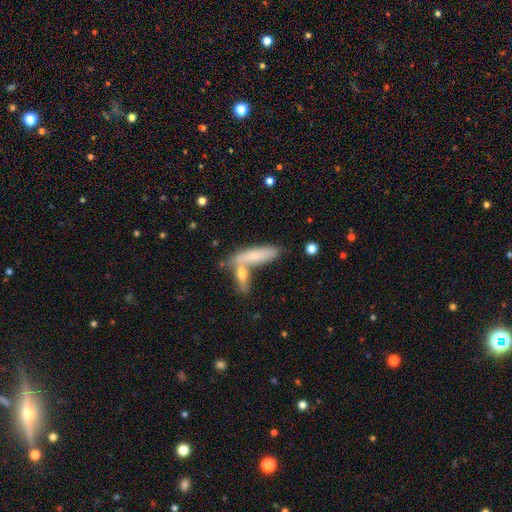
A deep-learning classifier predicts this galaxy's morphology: Q: Smooth or featured?
A: smooth (71%); runner-up: featured or disk (23%)
Q: How rounded?
A: cigar-shaped (63%); runner-up: in between (34%)
Q: Merging?
A: none (46%); runner-up: merger (39%)